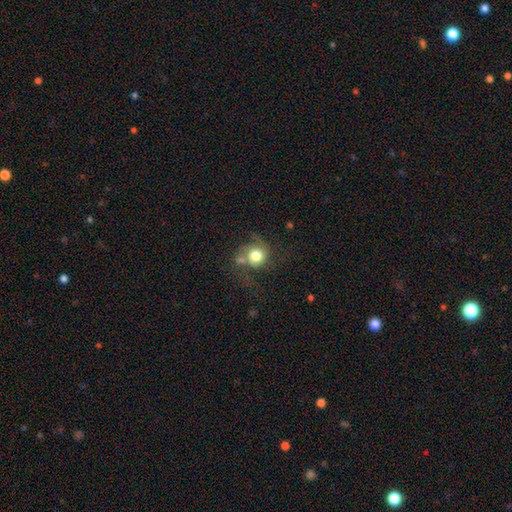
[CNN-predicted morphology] This appears to be a smooth galaxy with no disk features (69%) that is round (82%). Merging: none (42%).